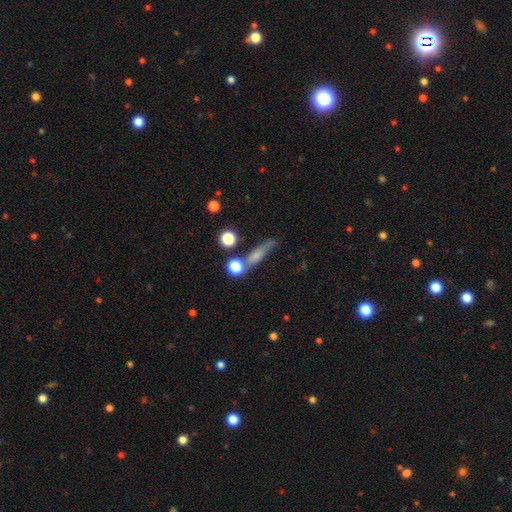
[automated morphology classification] smooth-or-featured: smooth: 58% | featured or disk: 28% | star or artifact: 14%
  how-rounded: cigar-shaped: 61% | in between: 22% | round: 17%
  merging: none: 57% | minor disturbance: 17% | merger: 16% | major disturbance: 10%